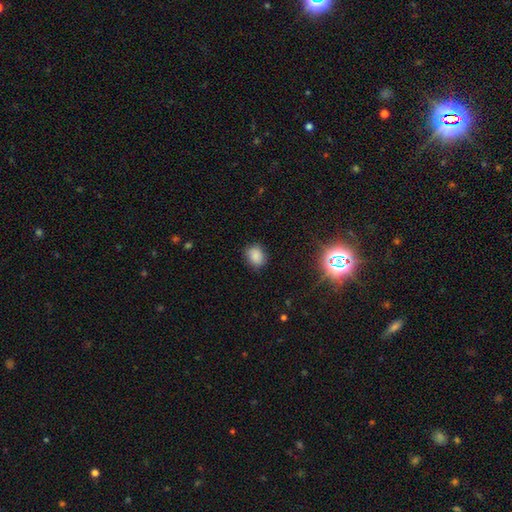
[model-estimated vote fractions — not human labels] Smooth or featured: smooth — 81% (star or artifact — 12%)
How rounded: round — 50% (in between — 49%)
Merging: none — 80% (minor disturbance — 16%)